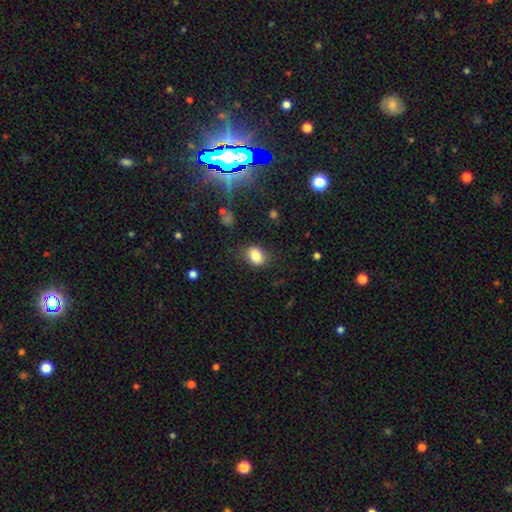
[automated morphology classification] A smooth galaxy with no disk features (84%) that is in between round and cigar-shaped (75%).

Vote fractions:
- Smooth or featured? smooth: 84% / star or artifact: 9% / featured or disk: 7%
- How rounded? in between: 75% / round: 23% / cigar-shaped: 1%
- Merging? none: 73% / minor disturbance: 19% / major disturbance: 6% / merger: 2%